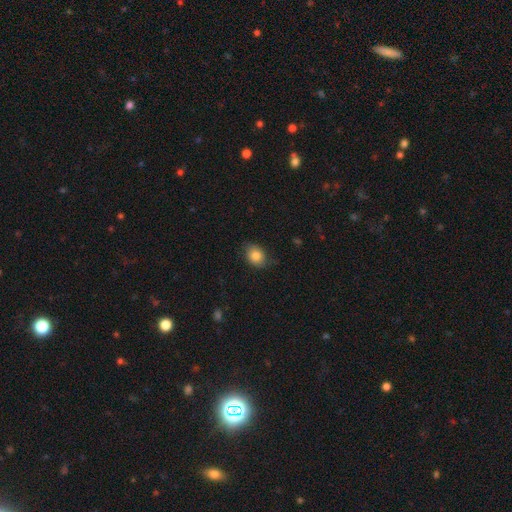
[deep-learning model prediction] Smooth or featured? smooth (81%)
How rounded? in between (58%)
Merging? none (74%)